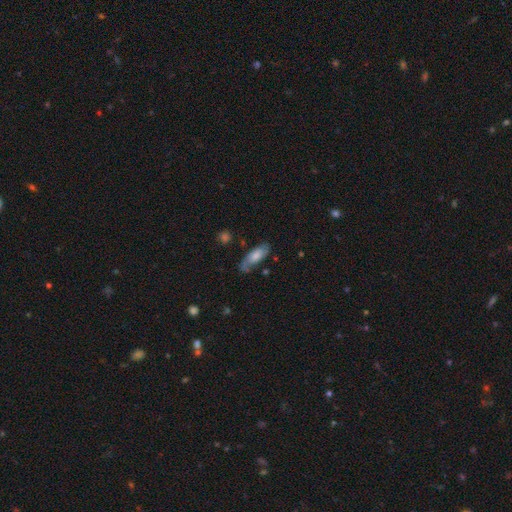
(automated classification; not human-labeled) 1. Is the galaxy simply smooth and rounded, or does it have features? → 56% smooth, 37% featured or disk, 7% star or artifact.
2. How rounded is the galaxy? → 74% in between, 23% cigar-shaped, 3% round.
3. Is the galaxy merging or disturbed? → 65% none, 24% minor disturbance, 9% major disturbance, 3% merger.